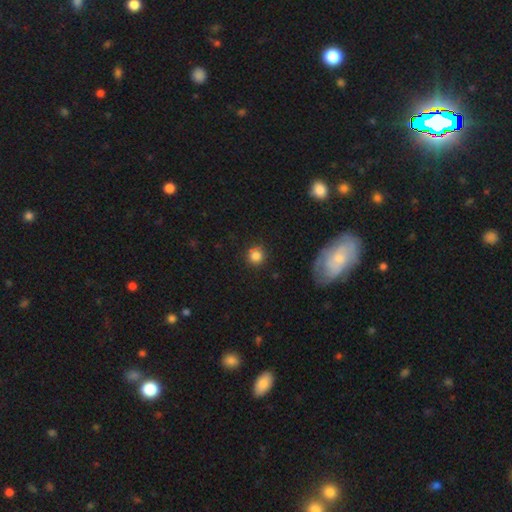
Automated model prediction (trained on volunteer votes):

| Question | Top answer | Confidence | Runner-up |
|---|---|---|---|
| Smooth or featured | smooth | 83% | star or artifact (12%) |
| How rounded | round | 93% | in between (6%) |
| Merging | none | 86% | minor disturbance (9%) |